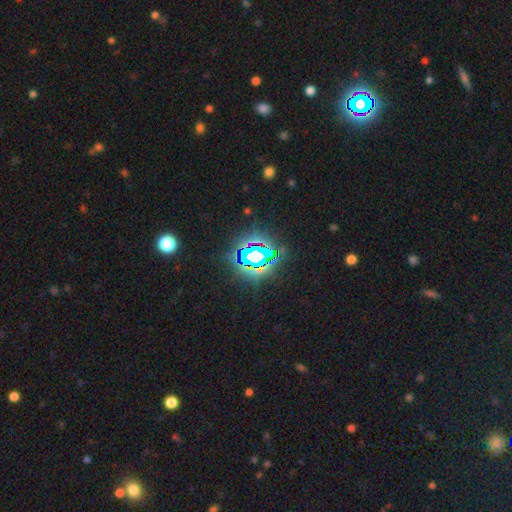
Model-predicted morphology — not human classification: Smooth or featured: star or artifact — 73% (smooth — 14%)